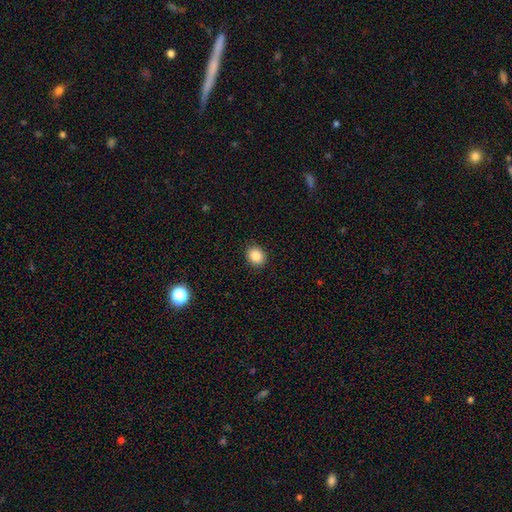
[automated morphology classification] type=smooth (86%); roundness=round (61%); merging=none (90%).